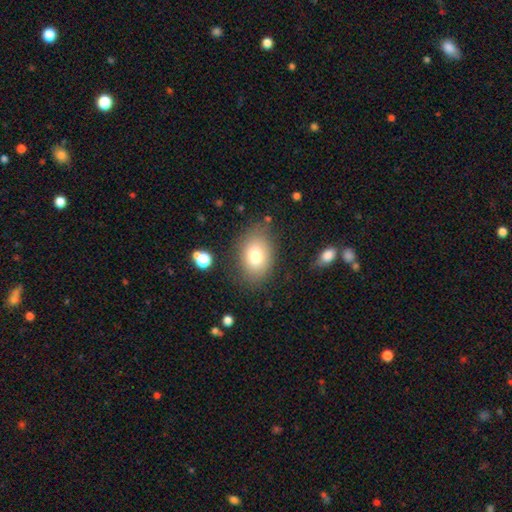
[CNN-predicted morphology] A smooth galaxy with no disk features (77%) that is in between round and cigar-shaped (75%).

Vote fractions:
- Smooth or featured? smooth: 77% / featured or disk: 13% / star or artifact: 10%
- How rounded? in between: 75% / round: 24% / cigar-shaped: 1%
- Merging? none: 76% / minor disturbance: 16% / major disturbance: 6% / merger: 3%